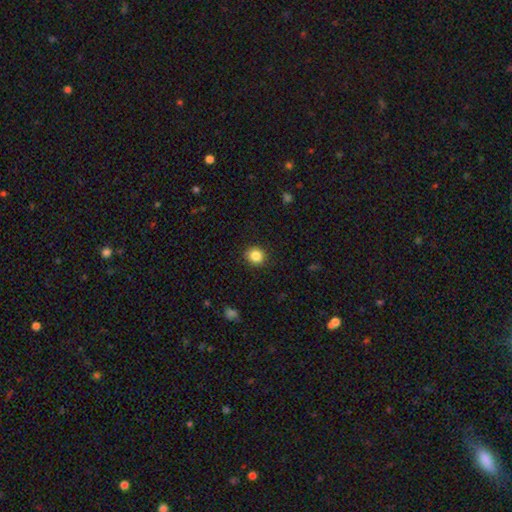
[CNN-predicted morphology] smooth_or_featured: smooth (p=0.85) [alt: star or artifact p=0.10]
how_rounded: round (p=0.86) [alt: in between p=0.13]
merging: none (p=0.91) [alt: minor disturbance p=0.06]